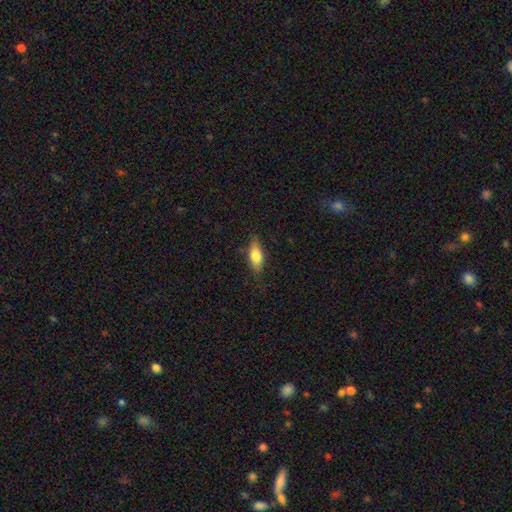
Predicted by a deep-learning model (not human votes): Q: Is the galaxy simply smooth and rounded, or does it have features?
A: smooth — 74%.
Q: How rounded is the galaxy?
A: in between — 78%.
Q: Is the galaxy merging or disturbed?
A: none — 76%.